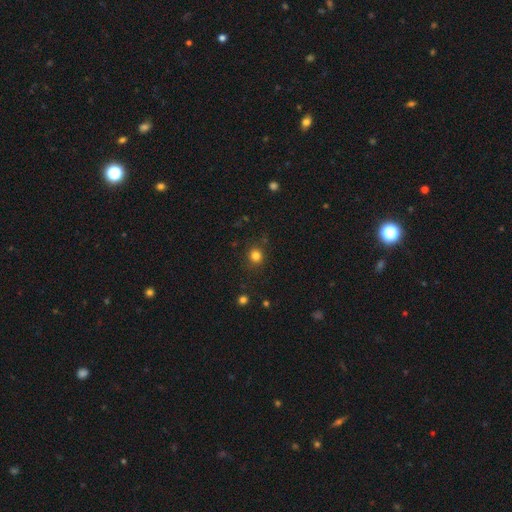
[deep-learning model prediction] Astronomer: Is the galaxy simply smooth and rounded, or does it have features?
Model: smooth — 81%.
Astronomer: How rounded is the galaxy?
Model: round — 87%.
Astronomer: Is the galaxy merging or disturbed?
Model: none — 86%.